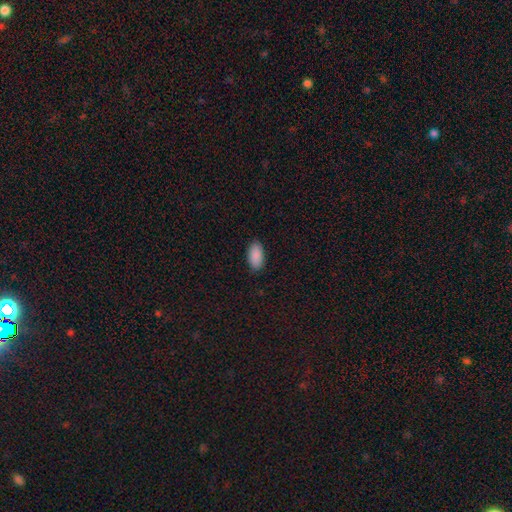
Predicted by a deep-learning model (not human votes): This appears to be a smooth galaxy with no disk features (91%) that is in between round and cigar-shaped (94%). Merging: none (88%).